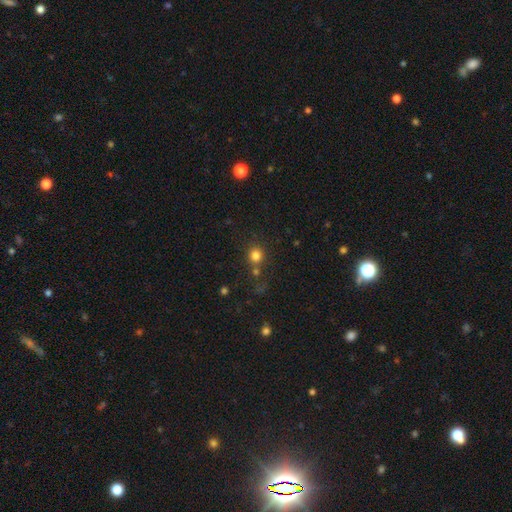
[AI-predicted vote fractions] This is likely a smooth galaxy (80%). How rounded: clearly round (89%). Merging: likely none (71%).